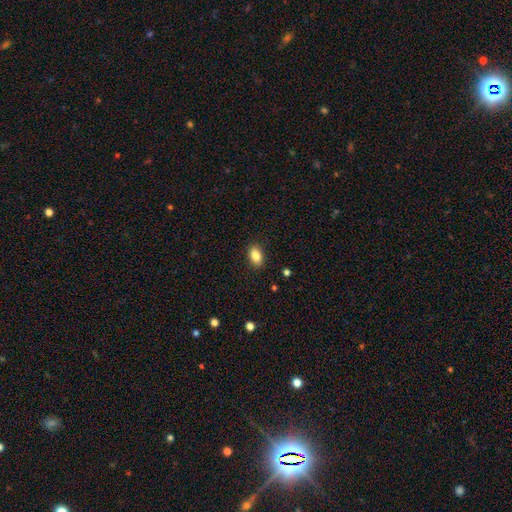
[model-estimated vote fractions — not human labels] Smooth or featured? Predicted: smooth (p=0.86). How rounded? Predicted: in between (p=0.87). Merging? Predicted: none (p=0.88).